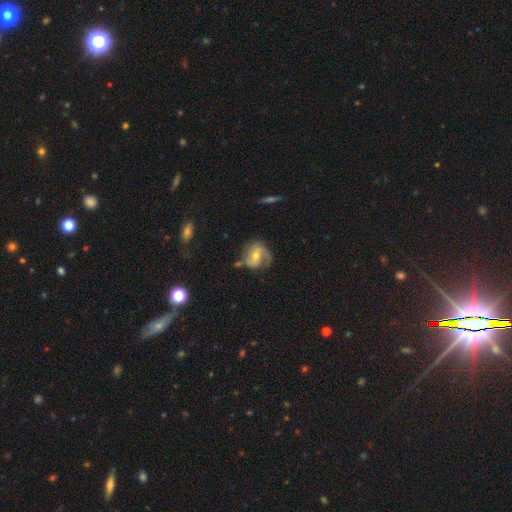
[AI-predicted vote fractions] This appears to be a featured or disk galaxy (77%) with a weak bar (43%), 2 (72%) medium (46%) spiral arms (92%) and a moderate central bulge (59%). Merging: none (63%).